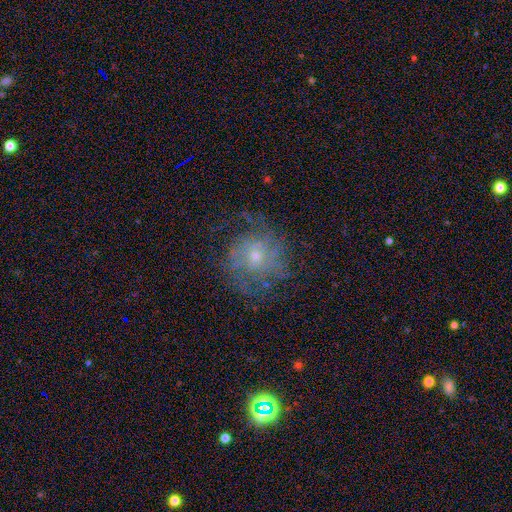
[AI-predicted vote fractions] featured or disk 64%, smooth 23%, star or artifact 12%. Down the decision tree: edge-on disk — no (97%); bar — no (78%); spiral arms — yes (76%); bulge size — small (60%); merging — none (61%).